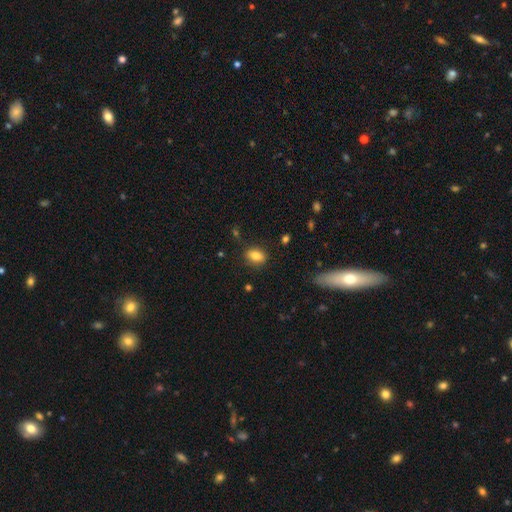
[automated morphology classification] This appears to be a smooth galaxy with no disk features (83%) that is in between round and cigar-shaped (80%). Merging: none (82%).